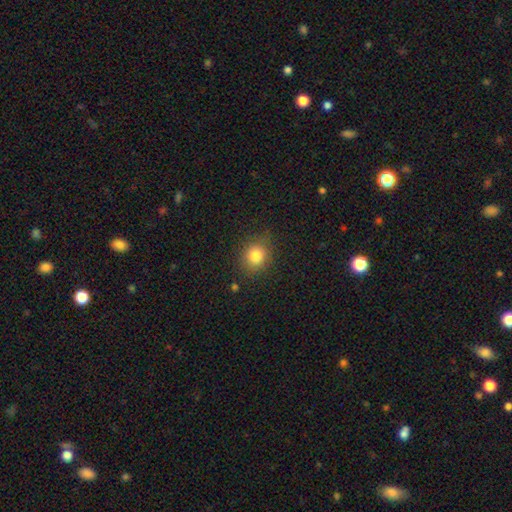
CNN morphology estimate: This is clearly a smooth galaxy (81%). How rounded: likely round (73%). Merging: clearly none (81%).